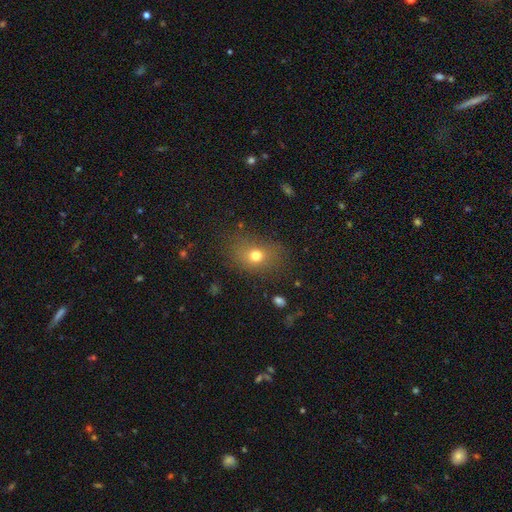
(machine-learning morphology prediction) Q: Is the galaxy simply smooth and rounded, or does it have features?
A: smooth — 71%.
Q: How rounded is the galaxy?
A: in between — 56%.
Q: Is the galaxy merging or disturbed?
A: none — 75%.